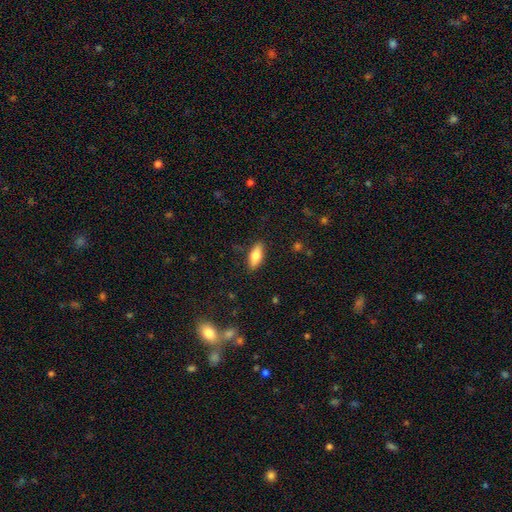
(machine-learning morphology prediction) The model was most divided on "smooth or featured": smooth: 73%, featured or disk: 20%, star or artifact: 7%. More confident: merging — none (87%); how rounded — in between (78%).